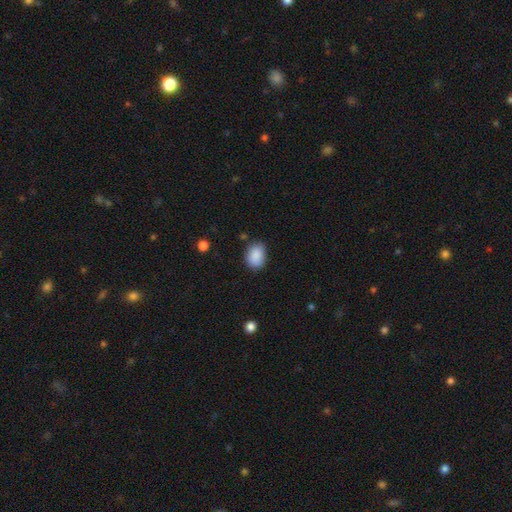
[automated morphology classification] Q: Smooth or featured?
A: smooth (89%); runner-up: star or artifact (8%)
Q: How rounded?
A: in between (65%); runner-up: round (34%)
Q: Merging?
A: none (75%); runner-up: minor disturbance (19%)